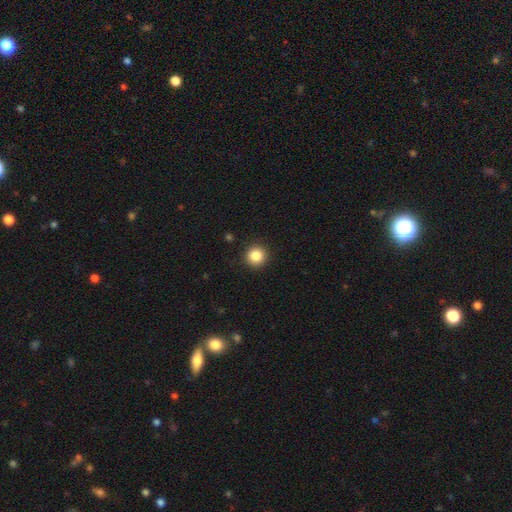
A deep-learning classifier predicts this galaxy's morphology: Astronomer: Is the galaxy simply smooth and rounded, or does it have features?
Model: smooth — 85%.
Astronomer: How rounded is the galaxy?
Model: round — 94%.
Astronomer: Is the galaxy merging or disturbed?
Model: none — 92%.